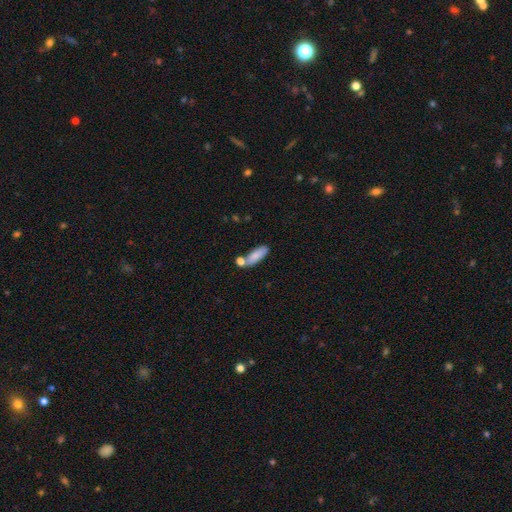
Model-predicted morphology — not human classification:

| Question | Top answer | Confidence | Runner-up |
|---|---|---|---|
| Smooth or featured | smooth | 82% | featured or disk (11%) |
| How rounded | in between | 63% | cigar-shaped (35%) |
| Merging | none | 59% | merger (24%) |